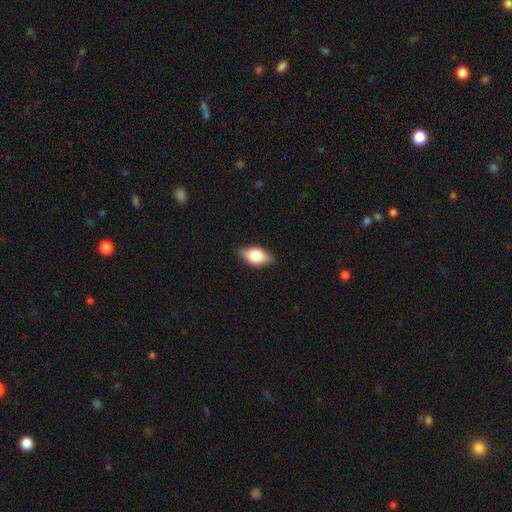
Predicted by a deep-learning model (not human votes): Smooth or featured?
  - smooth: 67% *
  - featured or disk: 26%
  - star or artifact: 7%
How rounded?
  - in between: 87% *
  - round: 7%
  - cigar-shaped: 6%
Merging?
  - none: 84% *
  - minor disturbance: 13%
  - major disturbance: 2%
  - merger: 1%